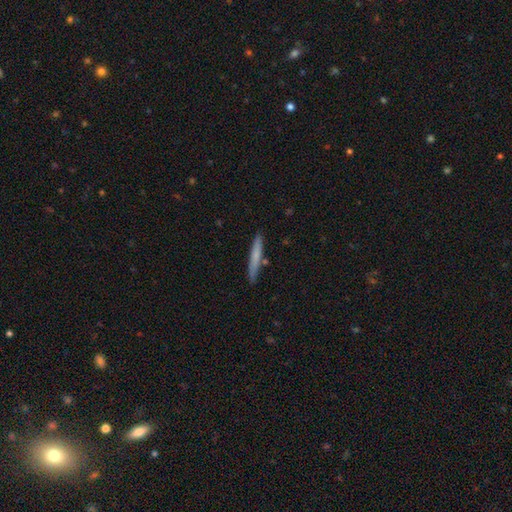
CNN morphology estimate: Smooth or featured: smooth — 67% (featured or disk — 27%)
How rounded: cigar-shaped — 95% (in between — 3%)
Merging: none — 84% (minor disturbance — 11%)